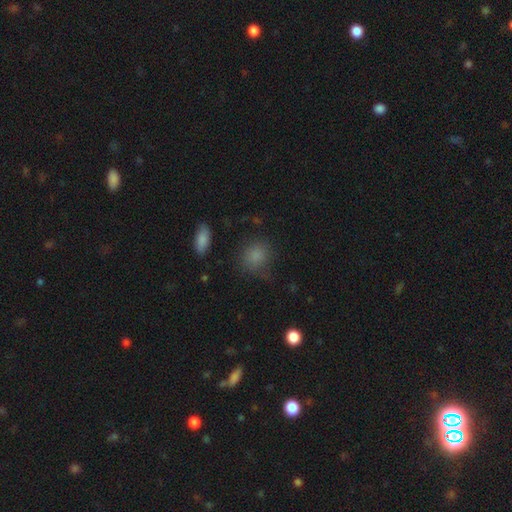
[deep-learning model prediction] This appears to be a smooth galaxy with no disk features (82%) that is round (76%). Merging: none (70%).